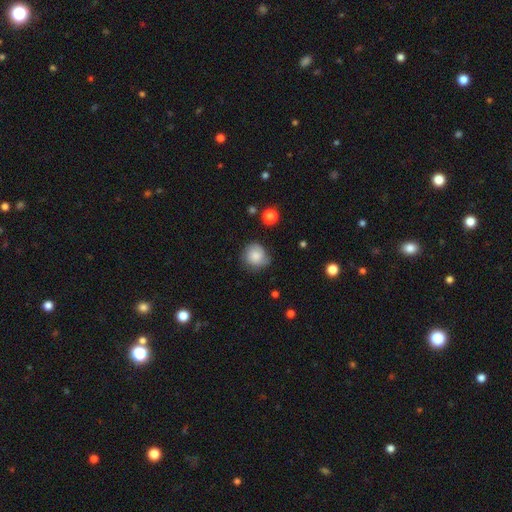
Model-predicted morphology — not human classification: Smooth or featured? smooth (77%)
How rounded? round (85%)
Merging? none (66%)